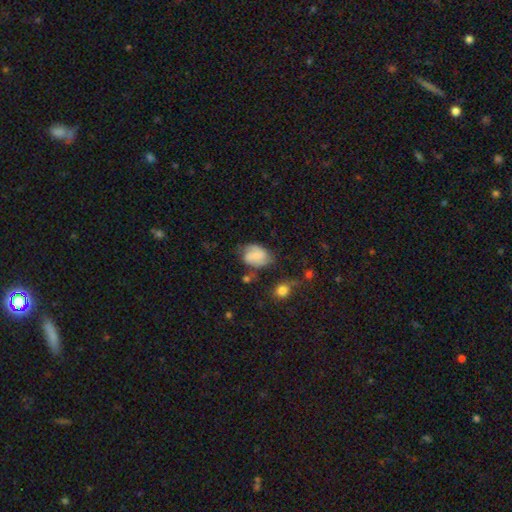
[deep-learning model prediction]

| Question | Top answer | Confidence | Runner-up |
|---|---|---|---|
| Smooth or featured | smooth | 54% | featured or disk (37%) |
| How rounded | in between | 72% | round (27%) |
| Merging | none | 53% | minor disturbance (29%) |